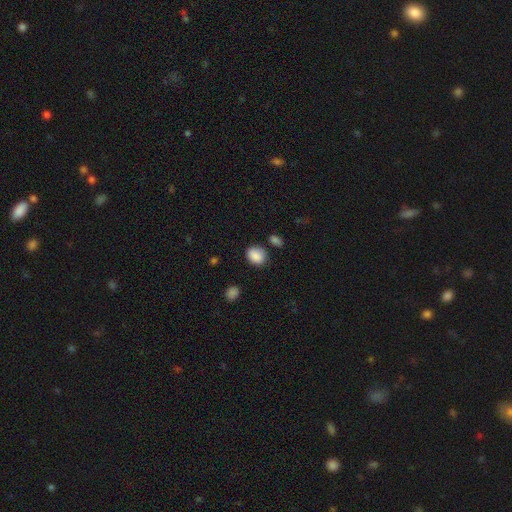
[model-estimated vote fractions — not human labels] Smooth or featured? Predicted: smooth (p=0.87). How rounded? Predicted: in between (p=0.50). Merging? Predicted: none (p=0.74).